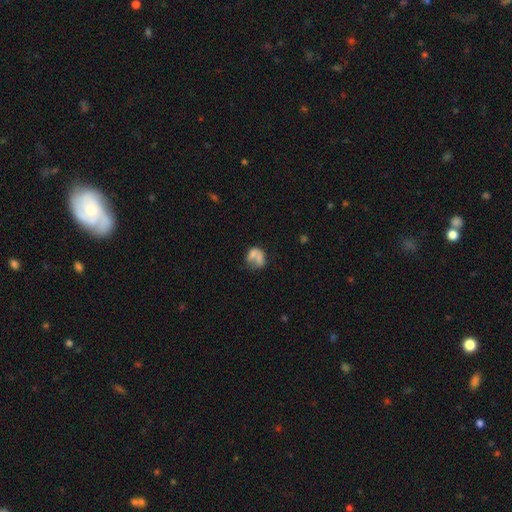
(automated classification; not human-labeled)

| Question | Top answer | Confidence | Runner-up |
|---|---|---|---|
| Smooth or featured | smooth | 60% | featured or disk (30%) |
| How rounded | in between | 54% | round (44%) |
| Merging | merger | 39% | none (27%) |